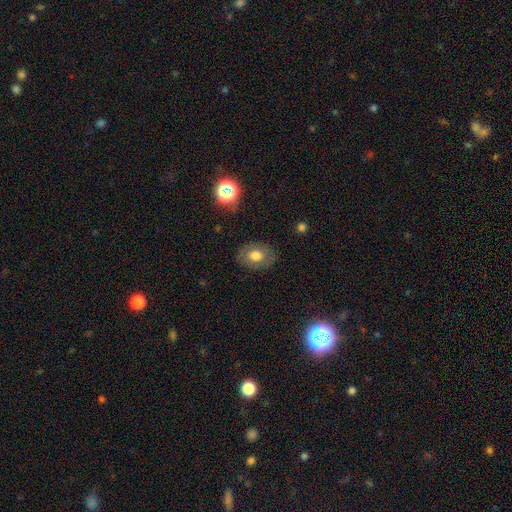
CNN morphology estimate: smooth_or_featured: smooth (p=0.71) [alt: featured or disk p=0.20]
how_rounded: in between (p=0.70) [alt: round p=0.29]
merging: none (p=0.83) [alt: minor disturbance p=0.12]